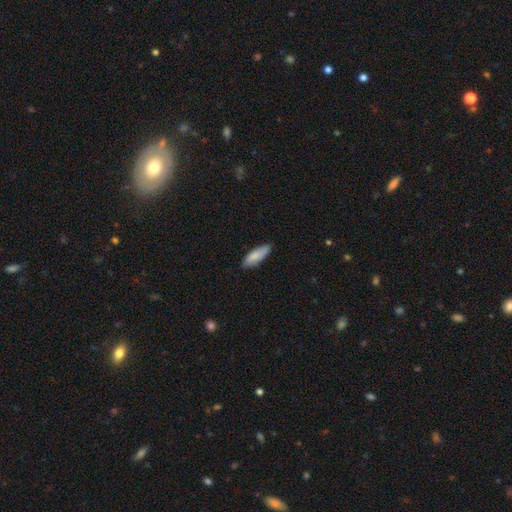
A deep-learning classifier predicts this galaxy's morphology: A smooth galaxy with no disk features (82%) that is in between round and cigar-shaped (58%).

Vote fractions:
- Smooth or featured? smooth: 82% / featured or disk: 12% / star or artifact: 6%
- How rounded? in between: 58% / cigar-shaped: 41% / round: 2%
- Merging? none: 82% / minor disturbance: 15% / major disturbance: 2% / merger: 1%